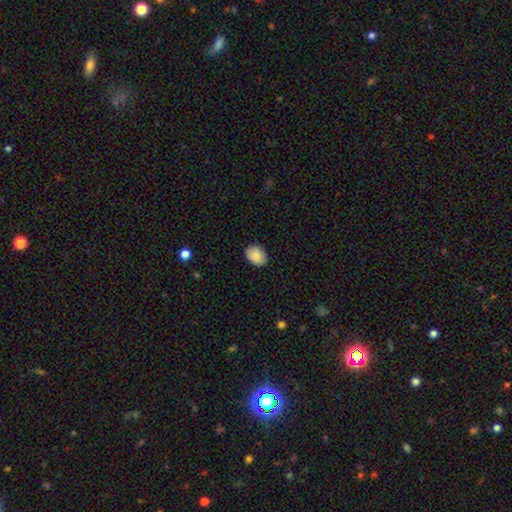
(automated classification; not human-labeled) smooth-or-featured: smooth: 88% | star or artifact: 7% | featured or disk: 5%
  how-rounded: in between: 67% | round: 32% | cigar-shaped: 1%
  merging: none: 85% | minor disturbance: 12% | major disturbance: 2% | merger: 1%